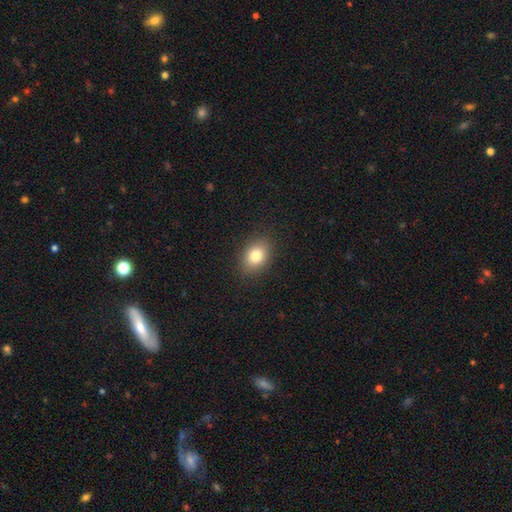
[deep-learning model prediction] Smooth or featured? Predicted: smooth (p=0.81). How rounded? Predicted: in between (p=0.70). Merging? Predicted: none (p=0.88).